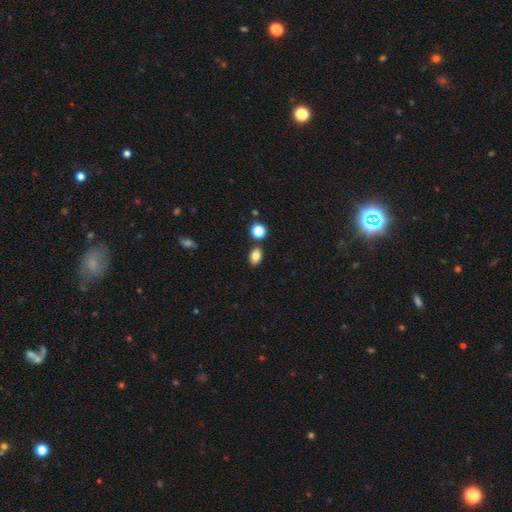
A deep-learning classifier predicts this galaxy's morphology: smooth_or_featured: smooth (p=0.83) [alt: star or artifact p=0.11]
how_rounded: in between (p=0.78) [alt: round p=0.21]
merging: none (p=0.81) [alt: minor disturbance p=0.09]